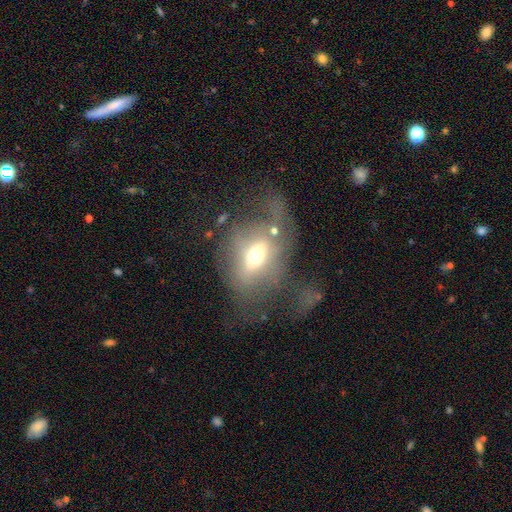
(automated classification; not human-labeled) smooth-or-featured: featured or disk: 46% | smooth: 42% | star or artifact: 12%
  merging: major disturbance: 47% | none: 28% | minor disturbance: 18% | merger: 7%